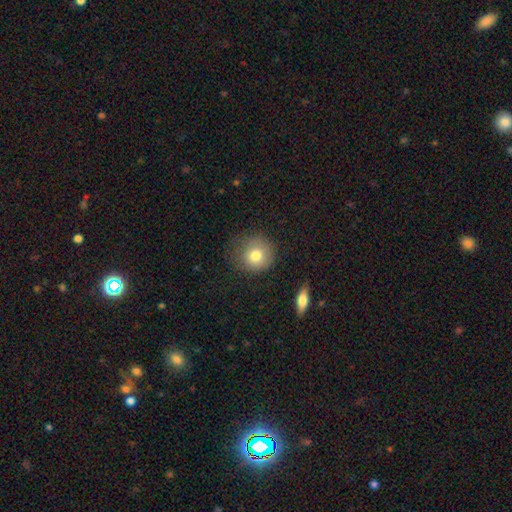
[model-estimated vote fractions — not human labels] Smooth or featured: smooth — 79% (featured or disk — 12%)
How rounded: round — 88% (in between — 11%)
Merging: none — 72% (minor disturbance — 20%)